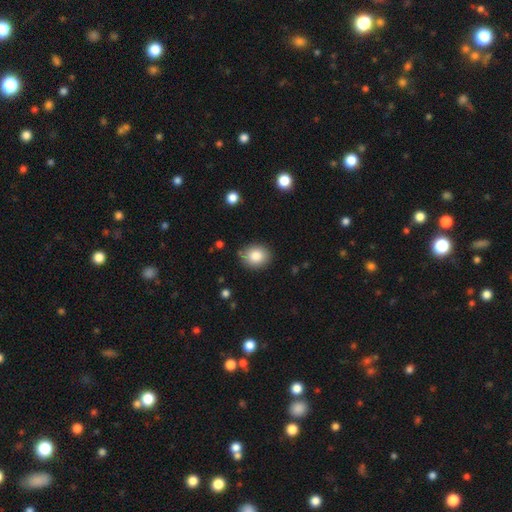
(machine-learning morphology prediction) This is clearly a smooth galaxy (84%). How rounded: likely round (62%). Merging: clearly none (82%).